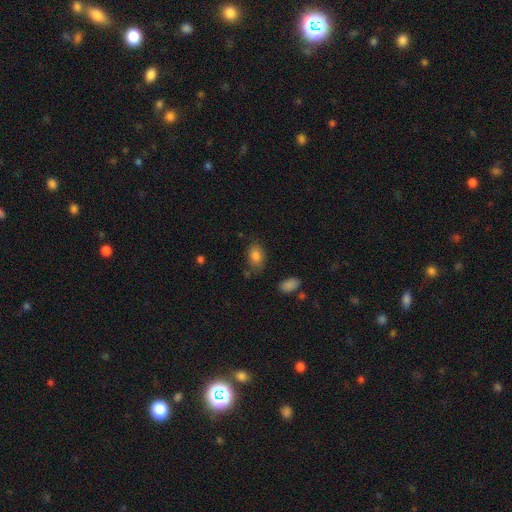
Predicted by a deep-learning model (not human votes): A smooth galaxy with no disk features (84%) that is in between round and cigar-shaped (84%). Merging: none (72%).